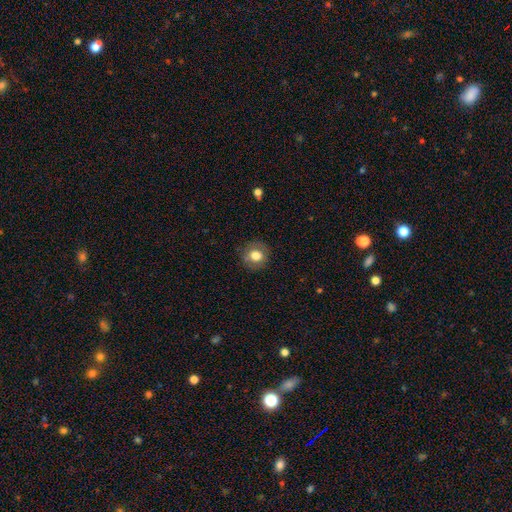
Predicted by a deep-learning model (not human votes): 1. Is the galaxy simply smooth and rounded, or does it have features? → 76% smooth, 14% featured or disk, 9% star or artifact.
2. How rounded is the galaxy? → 87% round, 12% in between, 1% cigar-shaped.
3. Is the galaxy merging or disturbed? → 86% none, 10% minor disturbance, 3% major disturbance, 1% merger.